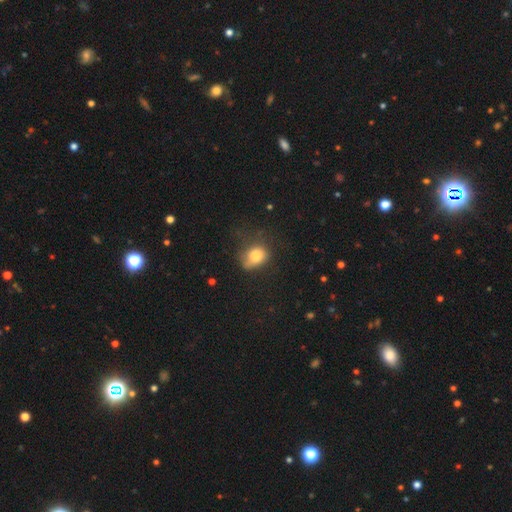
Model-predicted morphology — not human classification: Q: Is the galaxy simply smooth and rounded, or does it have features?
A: smooth — 77%.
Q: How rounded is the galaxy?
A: in between — 55%.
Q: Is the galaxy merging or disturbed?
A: none — 40%.